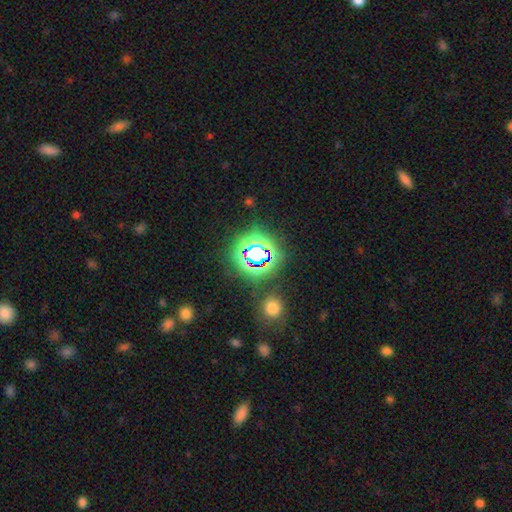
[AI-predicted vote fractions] Smooth or featured?
  - star or artifact: 76% *
  - smooth: 17%
  - featured or disk: 7%